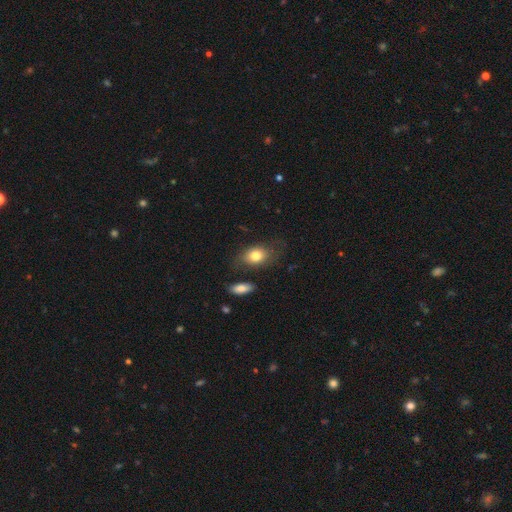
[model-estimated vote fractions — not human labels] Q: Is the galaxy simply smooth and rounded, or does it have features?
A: smooth — 78%.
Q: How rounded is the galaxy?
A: in between — 77%.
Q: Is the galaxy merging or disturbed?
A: none — 67%.